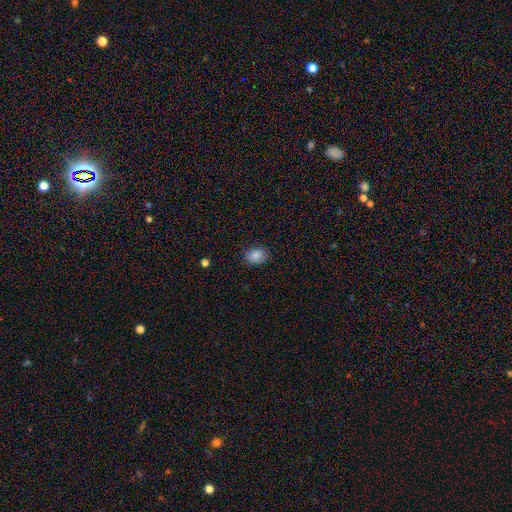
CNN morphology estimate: A smooth galaxy with no disk features (87%) that is in between round and cigar-shaped (56%).

Vote fractions:
- Smooth or featured? smooth: 87% / star or artifact: 9% / featured or disk: 4%
- How rounded? in between: 56% / round: 43% / cigar-shaped: 1%
- Merging? none: 83% / minor disturbance: 13% / major disturbance: 3% / merger: 1%